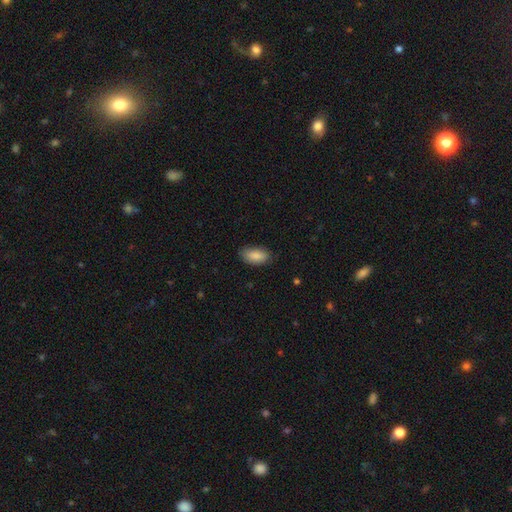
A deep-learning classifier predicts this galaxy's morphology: This is clearly a smooth galaxy (88%). How rounded: clearly in between (92%). Merging: clearly none (81%).